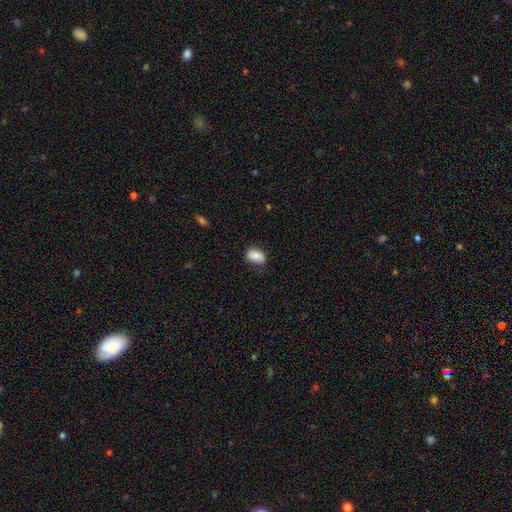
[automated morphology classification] Smooth or featured? smooth (84%)
How rounded? in between (87%)
Merging? none (74%)